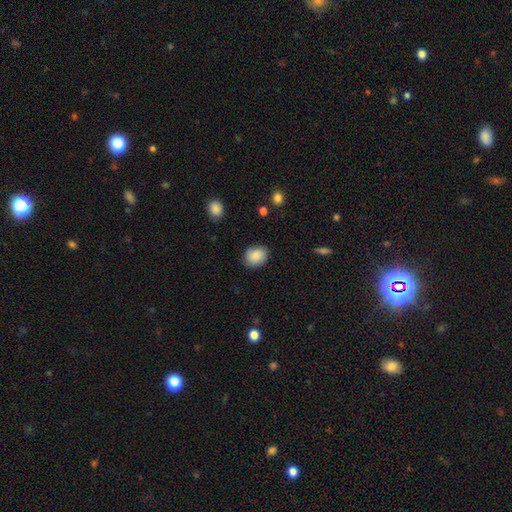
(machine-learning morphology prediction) This appears to be a smooth galaxy with no disk features (86%) that is in between round and cigar-shaped (55%). Merging: none (82%).